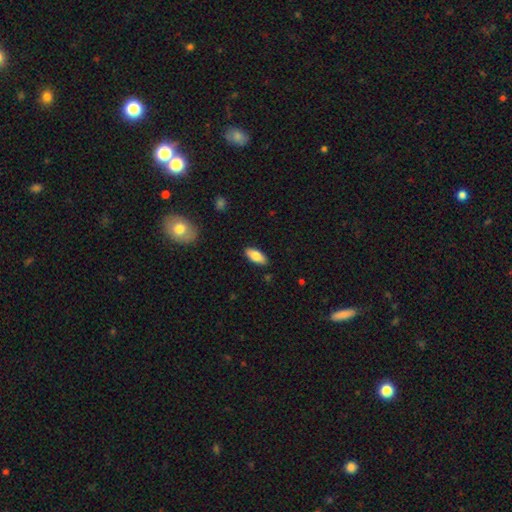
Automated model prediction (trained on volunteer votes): Smooth or featured: smooth — 78% (featured or disk — 16%)
How rounded: in between — 84% (cigar-shaped — 14%)
Merging: none — 88% (minor disturbance — 9%)